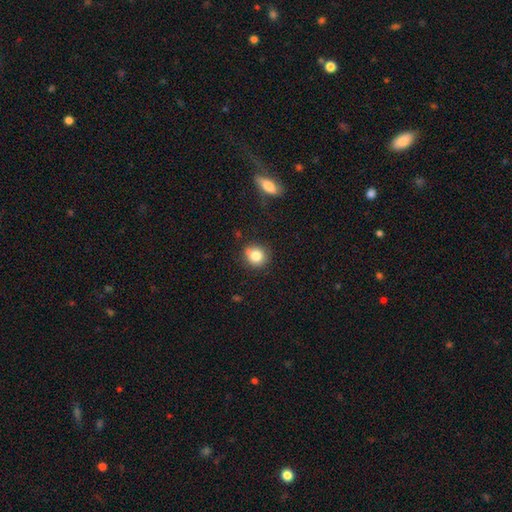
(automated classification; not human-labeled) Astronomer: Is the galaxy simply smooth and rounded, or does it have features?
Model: smooth — 82%.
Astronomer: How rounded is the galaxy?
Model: round — 81%.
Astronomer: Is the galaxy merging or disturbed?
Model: none — 79%.